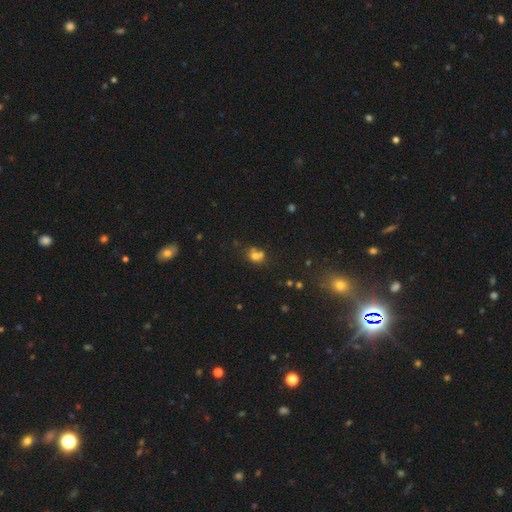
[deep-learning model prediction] Smooth or featured: smooth — 64% (star or artifact — 19%)
How rounded: round — 66% (in between — 33%)
Merging: merger — 44% (none — 39%)